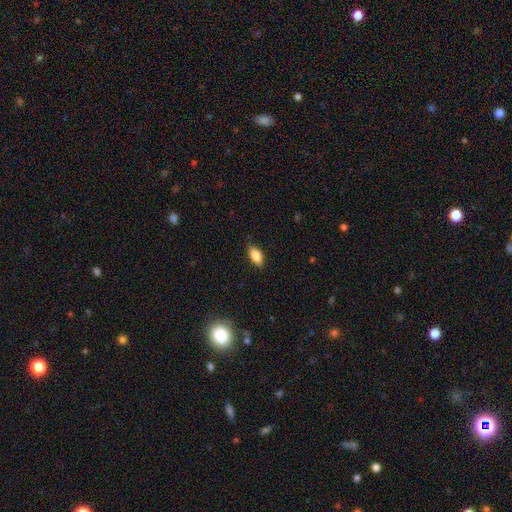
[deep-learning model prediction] smooth-or-featured: smooth: 86% | star or artifact: 7% | featured or disk: 6%
  how-rounded: in between: 89% | cigar-shaped: 7% | round: 4%
  merging: none: 85% | minor disturbance: 12% | major disturbance: 2% | merger: 1%